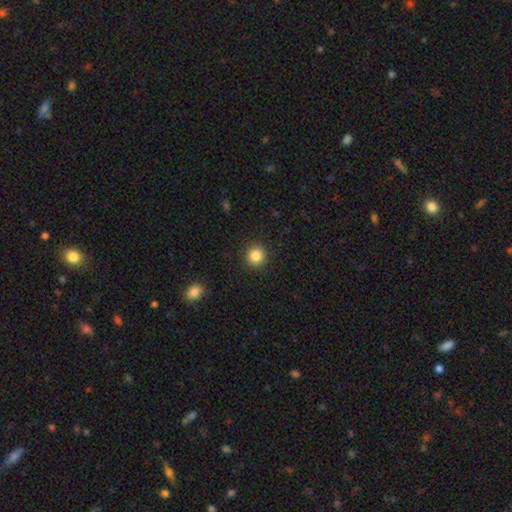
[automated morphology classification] This appears to be a smooth galaxy with no disk features (85%) that is round (94%). Merging: none (92%).